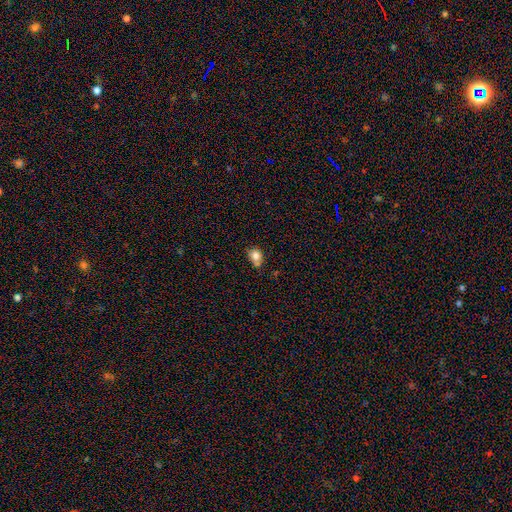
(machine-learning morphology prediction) smooth-or-featured: smooth: 80% | star or artifact: 11% | featured or disk: 10%
  how-rounded: round: 54% | in between: 45% | cigar-shaped: 1%
  merging: none: 53% | minor disturbance: 27% | merger: 14% | major disturbance: 6%